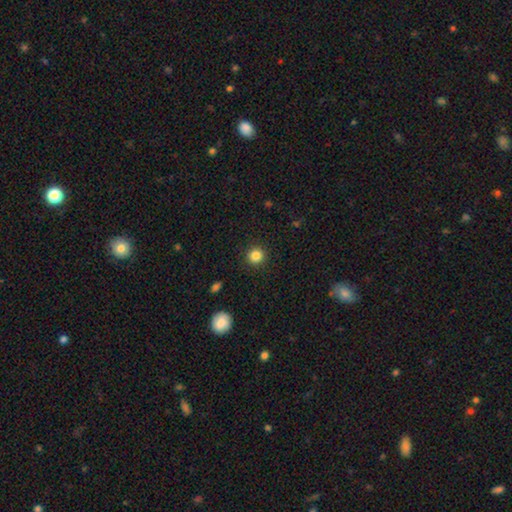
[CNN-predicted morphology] smooth 85%, star or artifact 11%, featured or disk 4%. Down the decision tree: how rounded — round (94%); merging — none (92%).